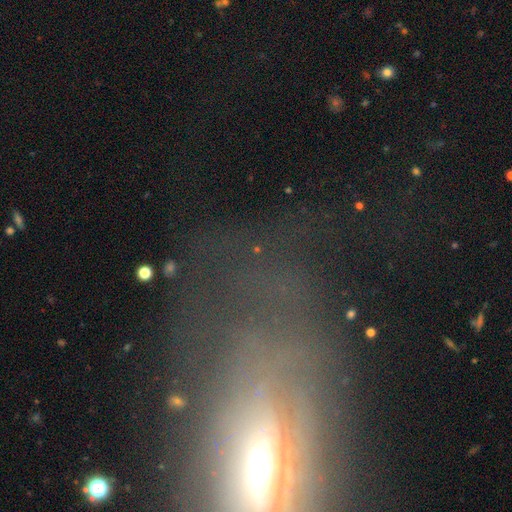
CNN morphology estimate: featured or disk 45%, star or artifact 29%, smooth 26%. Down the decision tree: merging — none (44%).